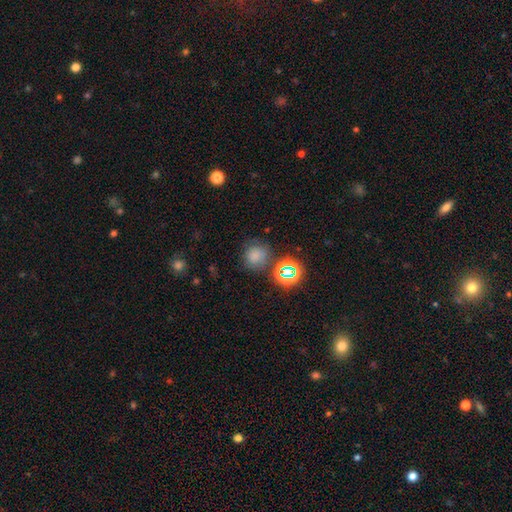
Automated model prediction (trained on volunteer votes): smooth 70%, star or artifact 22%, featured or disk 8%. Down the decision tree: how rounded — round (87%); merging — none (70%).